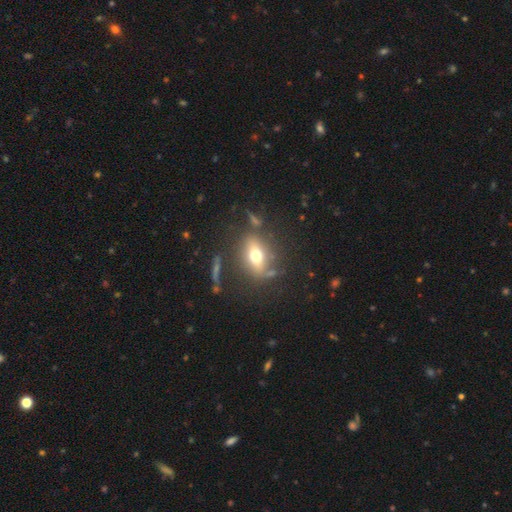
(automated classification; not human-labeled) Smooth or featured? smooth (56%)
How rounded? in between (65%)
Merging? none (72%)